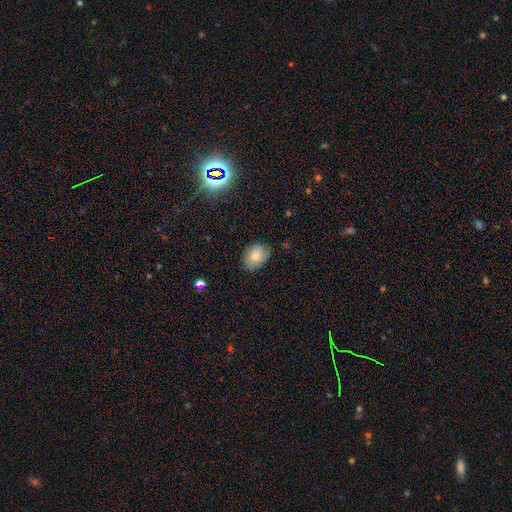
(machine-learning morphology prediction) smooth_or_featured: smooth (p=0.69) [alt: featured or disk p=0.22]
how_rounded: in between (p=0.71) [alt: round p=0.27]
merging: none (p=0.70) [alt: minor disturbance p=0.23]